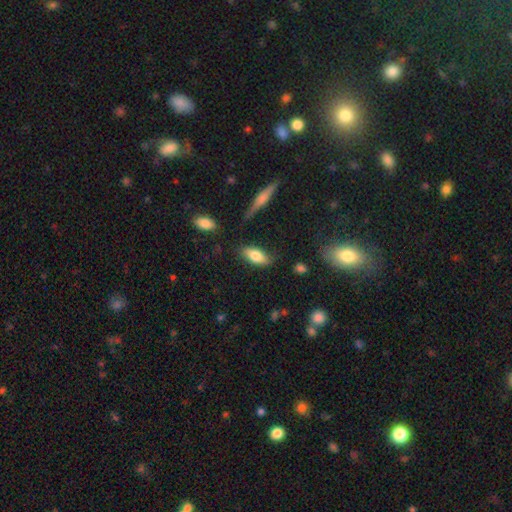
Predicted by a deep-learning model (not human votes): Smooth or featured? smooth (72%)
How rounded? in between (77%)
Merging? none (74%)